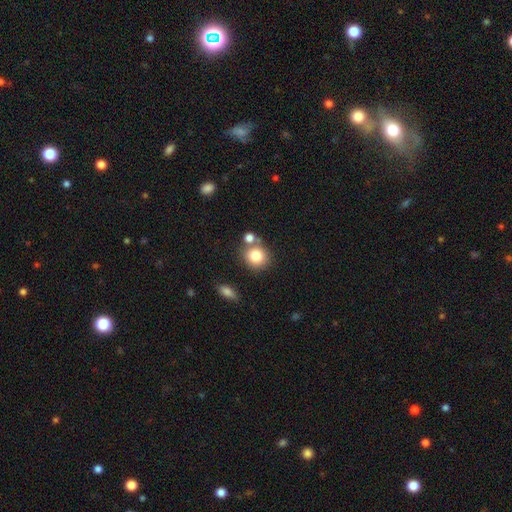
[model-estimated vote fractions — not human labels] Smooth or featured: smooth — 81% (star or artifact — 10%)
How rounded: round — 80% (in between — 19%)
Merging: none — 64% (merger — 22%)